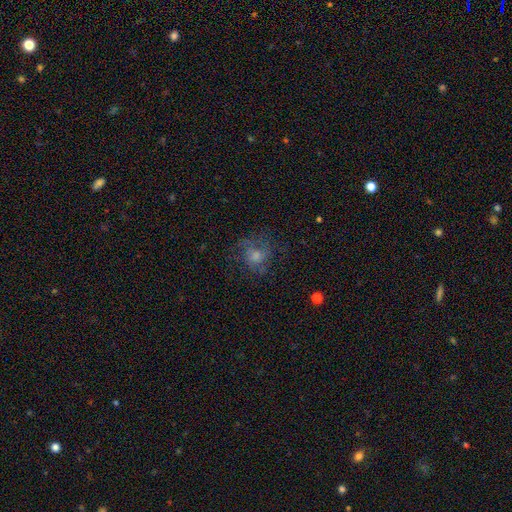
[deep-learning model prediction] smooth-or-featured: featured or disk: 40% | smooth: 39% | star or artifact: 20%
  merging: none: 63% | minor disturbance: 18% | major disturbance: 17% | merger: 1%